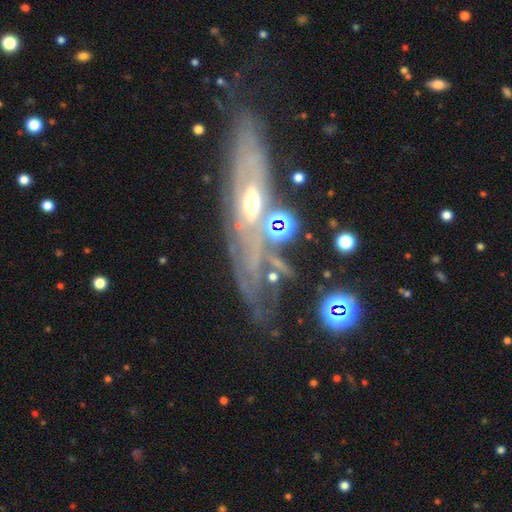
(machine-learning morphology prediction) Smooth or featured?
  - featured or disk: 75% *
  - smooth: 13%
  - star or artifact: 12%
Edge-on disk?
  - no: 57% *
  - yes: 43%
Merging?
  - none: 63% *
  - minor disturbance: 19%
  - major disturbance: 11%
  - merger: 7%